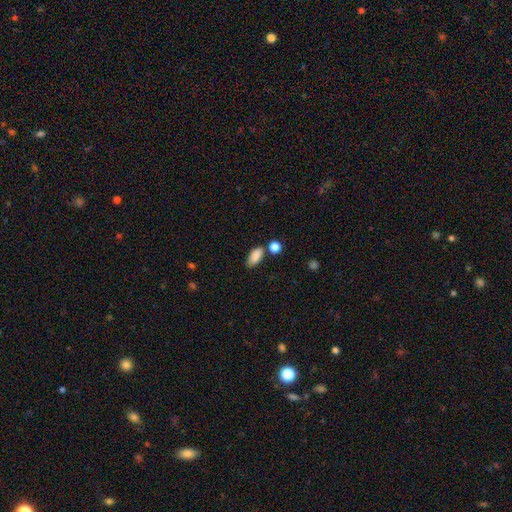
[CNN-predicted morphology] type=smooth (87%); roundness=in between (87%); merging=none (69%).